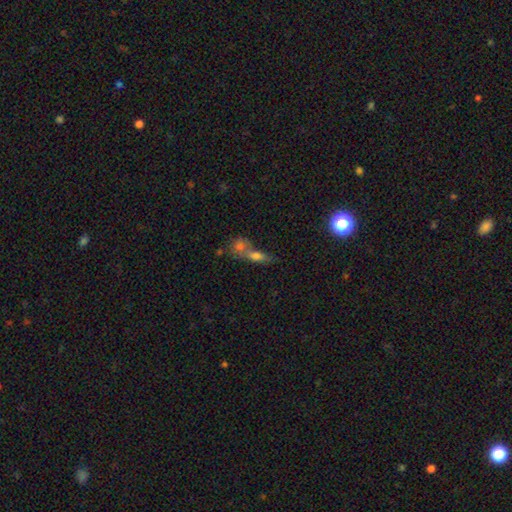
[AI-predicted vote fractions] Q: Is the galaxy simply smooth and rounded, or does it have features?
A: smooth — 66%.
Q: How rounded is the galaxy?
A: in between — 57%.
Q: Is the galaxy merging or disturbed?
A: merger — 61%.